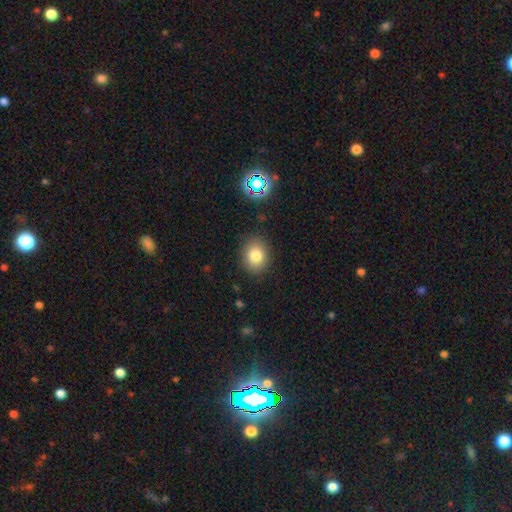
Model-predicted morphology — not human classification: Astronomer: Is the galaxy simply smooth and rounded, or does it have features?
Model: smooth — 80%.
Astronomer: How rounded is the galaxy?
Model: round — 60% (runner-up: in between, 39%).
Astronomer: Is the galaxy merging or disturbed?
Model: none — 86%.